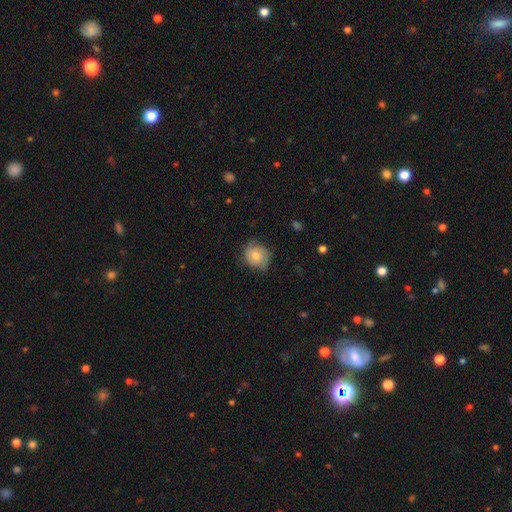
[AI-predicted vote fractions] smooth-or-featured: smooth: 74% | featured or disk: 18% | star or artifact: 8%
  how-rounded: round: 76% | in between: 23% | cigar-shaped: 1%
  merging: none: 65% | minor disturbance: 27% | major disturbance: 7% | merger: 1%